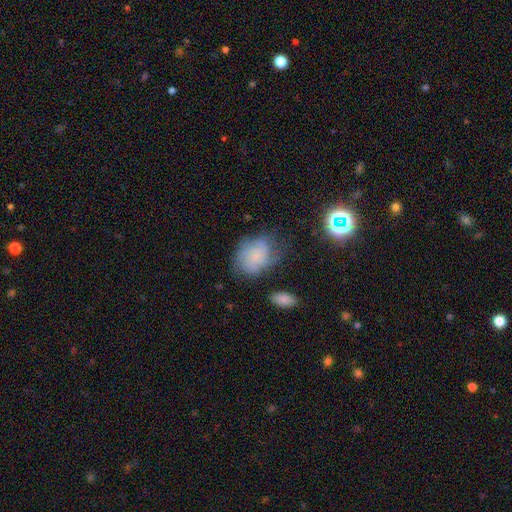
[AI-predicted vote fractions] Q: Smooth or featured?
A: smooth (48%); runner-up: featured or disk (39%)
Q: Merging?
A: none (54%); runner-up: minor disturbance (27%)